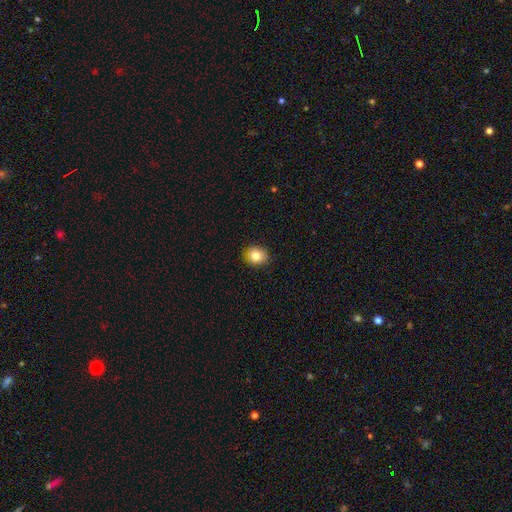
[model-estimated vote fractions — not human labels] Smooth or featured?
  - smooth: 81% *
  - star or artifact: 10%
  - featured or disk: 9%
How rounded?
  - round: 75% *
  - in between: 24%
  - cigar-shaped: 1%
Merging?
  - none: 88% *
  - minor disturbance: 9%
  - major disturbance: 2%
  - merger: 1%